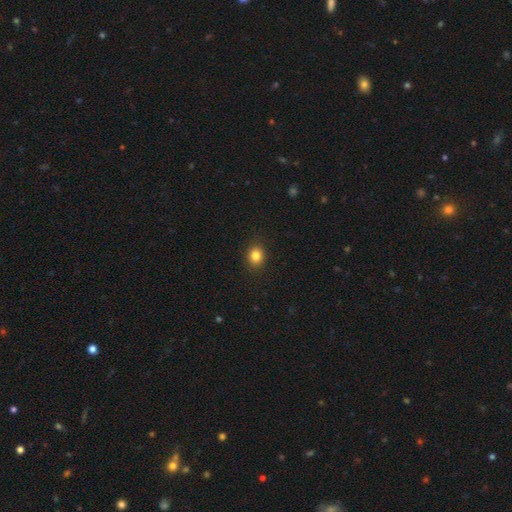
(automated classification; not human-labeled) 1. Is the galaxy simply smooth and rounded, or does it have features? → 83% smooth, 11% star or artifact, 6% featured or disk.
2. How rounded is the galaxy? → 61% round, 38% in between, 1% cigar-shaped.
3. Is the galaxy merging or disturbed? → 89% none, 8% minor disturbance, 2% major disturbance, 1% merger.